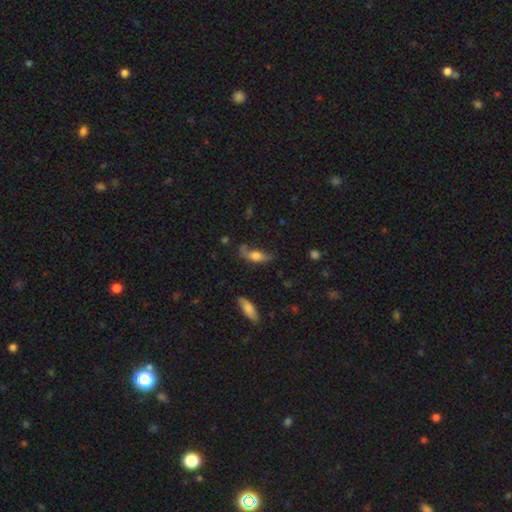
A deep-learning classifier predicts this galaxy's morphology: smooth-or-featured: smooth: 61% | featured or disk: 30% | star or artifact: 8%
  how-rounded: in between: 64% | cigar-shaped: 32% | round: 4%
  merging: none: 48% | minor disturbance: 31% | major disturbance: 17% | merger: 5%